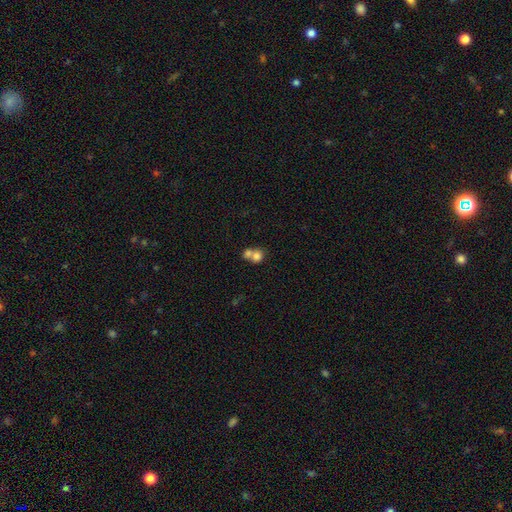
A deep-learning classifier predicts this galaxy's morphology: Smooth or featured? Predicted: smooth (p=0.75). How rounded? Predicted: round (p=0.76). Merging? Predicted: merger (p=0.65).